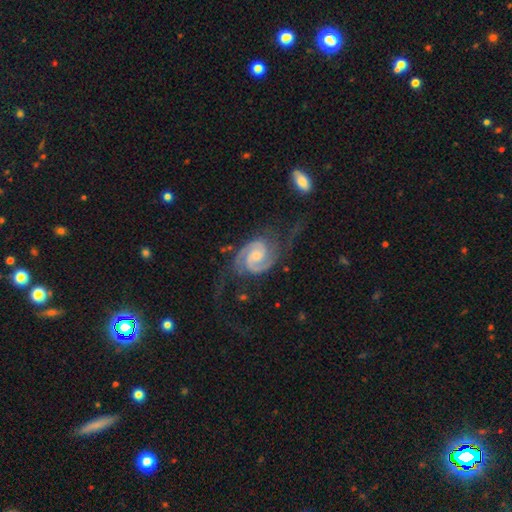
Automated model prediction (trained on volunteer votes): This appears to be a featured or disk galaxy (91%) with no bar (51%), 2 (92%) medium (46%) spiral arms (98%) and a small central bulge (42%). Merging: none (56%).